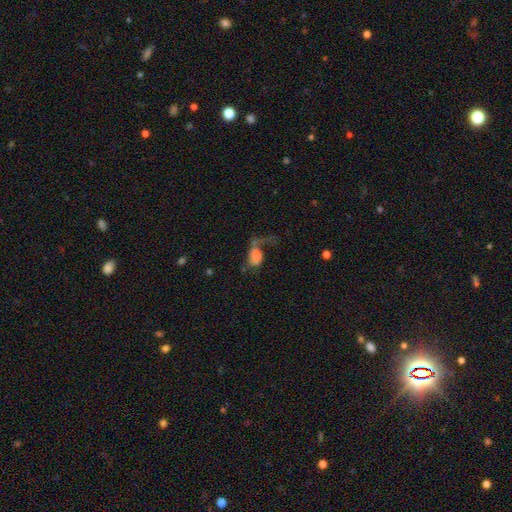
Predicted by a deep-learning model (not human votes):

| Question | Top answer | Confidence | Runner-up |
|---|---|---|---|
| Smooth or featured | smooth | 57% | featured or disk (33%) |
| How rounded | in between | 80% | round (18%) |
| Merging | major disturbance | 53% | none (20%) |